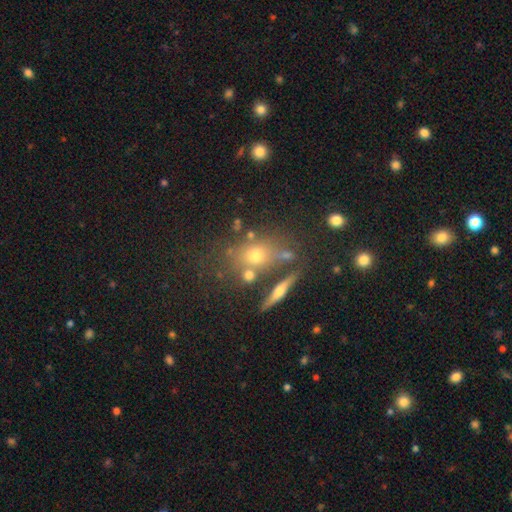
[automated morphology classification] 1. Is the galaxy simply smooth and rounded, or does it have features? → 56% smooth, 27% featured or disk, 16% star or artifact.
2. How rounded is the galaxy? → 52% in between, 41% round, 8% cigar-shaped.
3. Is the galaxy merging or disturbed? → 63% none, 17% merger, 14% minor disturbance, 6% major disturbance.